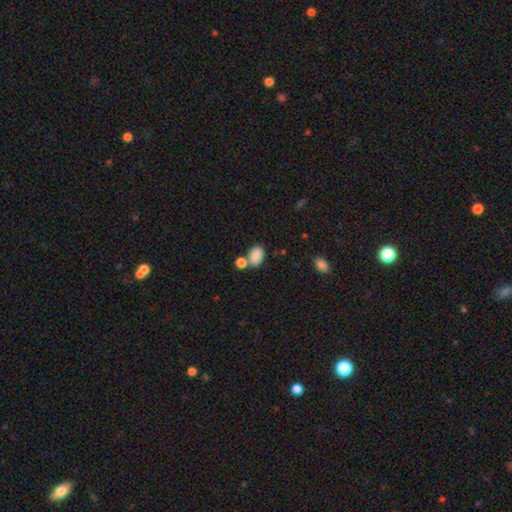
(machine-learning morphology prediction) smooth_or_featured: smooth (p=0.86) [alt: star or artifact p=0.09]
how_rounded: in between (p=0.84) [alt: round p=0.15]
merging: none (p=0.55) [alt: merger p=0.28]